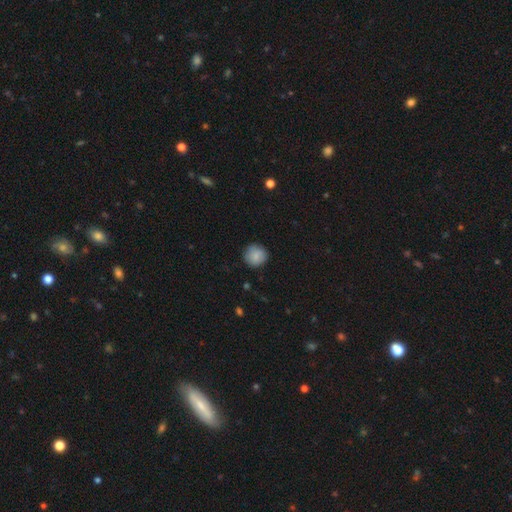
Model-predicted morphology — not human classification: smooth 83%, featured or disk 10%, star or artifact 7%. Down the decision tree: how rounded — round (91%); merging — none (83%).